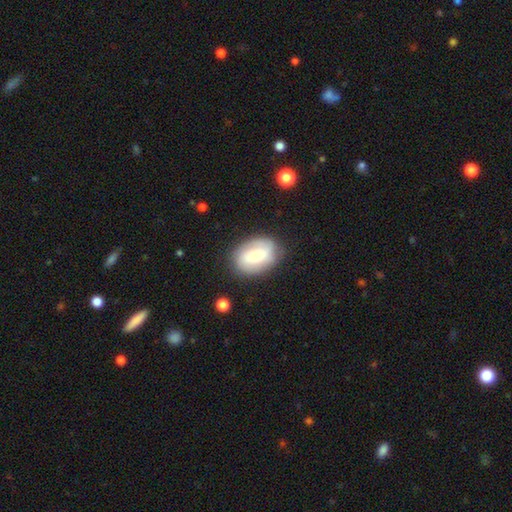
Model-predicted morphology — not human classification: The model was most divided on "smooth or featured": smooth: 58%, featured or disk: 34%, star or artifact: 7%. More confident: how rounded — in between (79%); merging — none (76%).